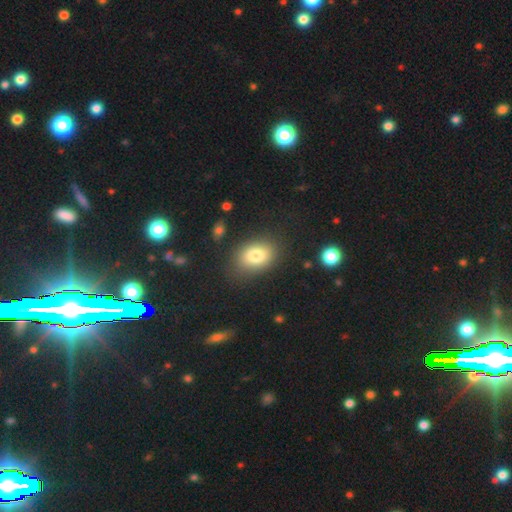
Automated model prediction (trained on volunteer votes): Smooth or featured? Predicted: smooth (p=0.79). How rounded? Predicted: in between (p=0.71). Merging? Predicted: none (p=0.81).